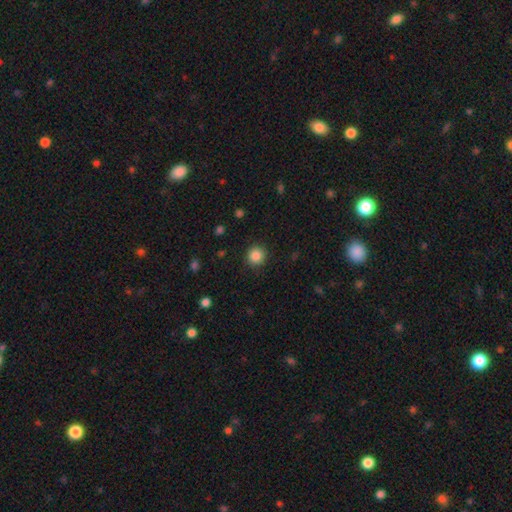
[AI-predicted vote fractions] The model was most divided on "smooth or featured": smooth: 86%, star or artifact: 10%, featured or disk: 4%. More confident: how rounded — round (93%); merging — none (90%).